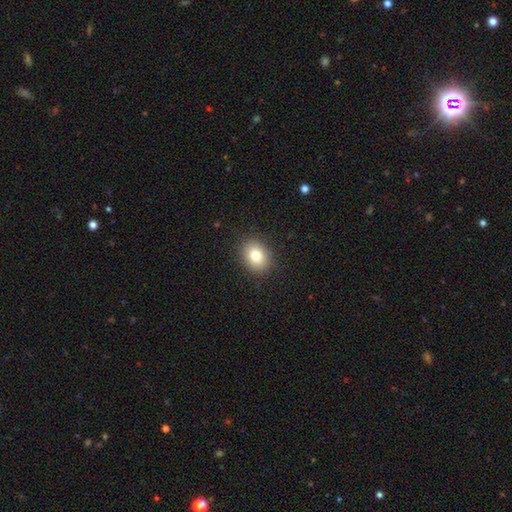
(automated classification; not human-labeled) The model was most divided on "how rounded": in between: 53%, round: 47%, cigar-shaped: 1%. More confident: merging — none (88%); smooth or featured — smooth (81%).